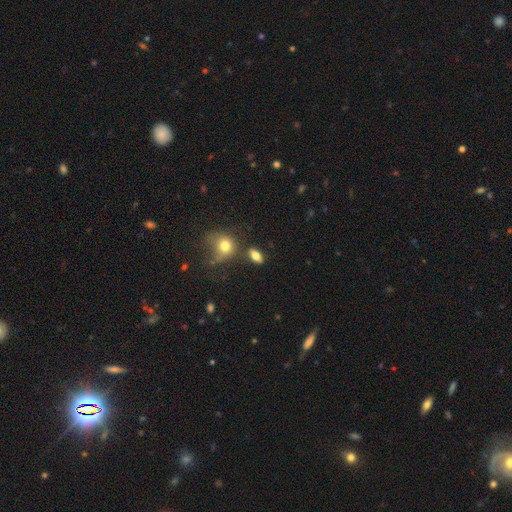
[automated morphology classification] A smooth galaxy with no disk features (78%) that is in between round and cigar-shaped (81%). Merging: none (72%).